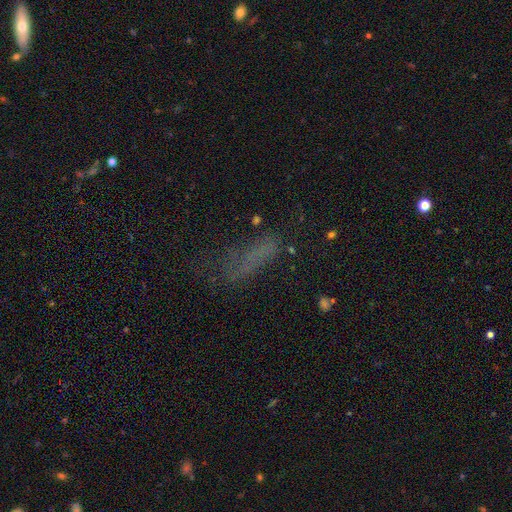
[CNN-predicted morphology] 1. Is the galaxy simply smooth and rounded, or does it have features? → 52% smooth, 25% star or artifact, 23% featured or disk.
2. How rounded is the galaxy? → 51% cigar-shaped, 45% in between, 4% round.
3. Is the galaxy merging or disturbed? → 46% none, 27% major disturbance, 22% minor disturbance, 4% merger.